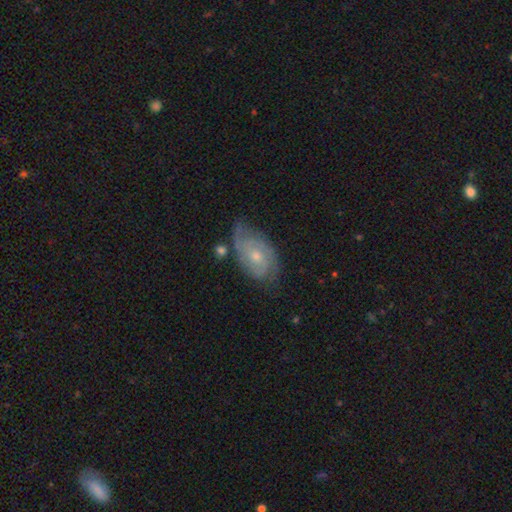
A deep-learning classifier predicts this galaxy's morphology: Smooth or featured? featured or disk (75%)
Edge-on disk? no (96%)
Bar? no (71%)
Spiral arms? yes (91%)
Spiral winding? tight (56%)
Spiral arm count? 2 (49%)
Bulge size? moderate (48%)
Merging? none (59%)